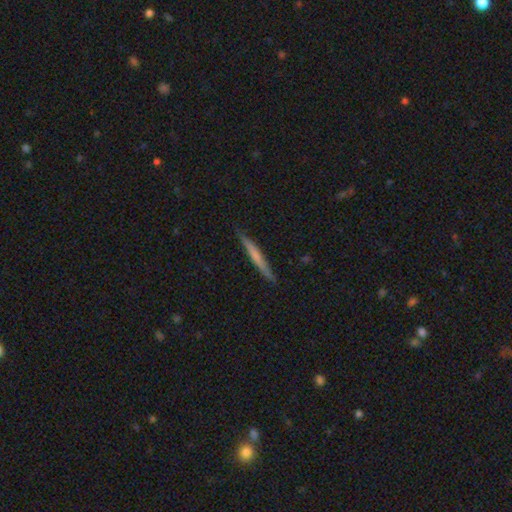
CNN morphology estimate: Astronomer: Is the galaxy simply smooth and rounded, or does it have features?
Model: smooth — 55% (runner-up: featured or disk, 40%).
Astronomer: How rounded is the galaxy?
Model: cigar-shaped — 96%.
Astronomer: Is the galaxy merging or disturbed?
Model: none — 88%.